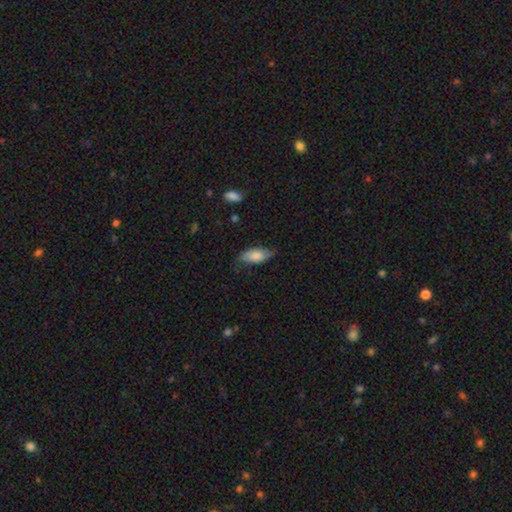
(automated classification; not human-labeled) Smooth or featured? smooth (70%)
How rounded? in between (85%)
Merging? none (66%)